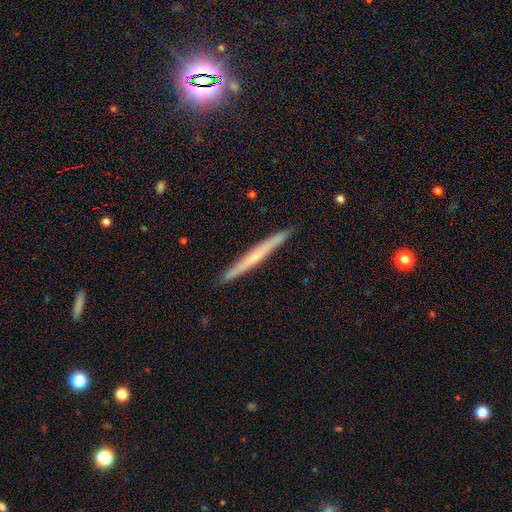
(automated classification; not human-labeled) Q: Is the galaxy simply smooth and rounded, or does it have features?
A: featured or disk — 51%.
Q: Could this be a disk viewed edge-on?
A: yes — 97%.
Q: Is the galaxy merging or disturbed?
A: none — 92%.